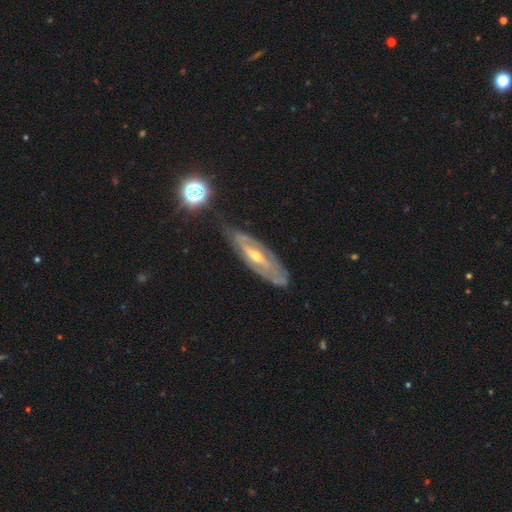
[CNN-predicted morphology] This appears to be a featured or disk galaxy (81%) with a weak bar (37%), spiral arms (72%) and a moderate central bulge (50%). Merging: none (73%).